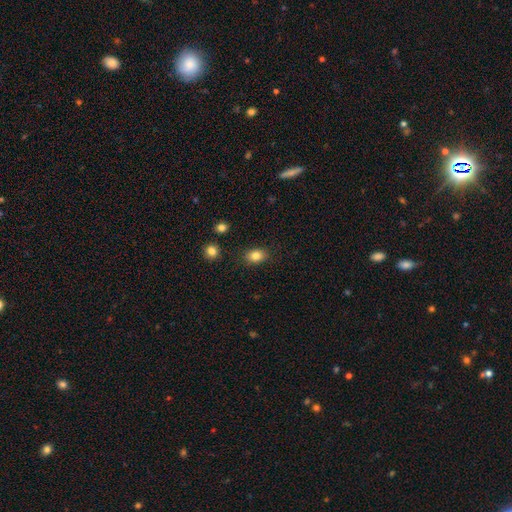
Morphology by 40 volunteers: Overall: smooth (80%). How rounded: in between (75%). Merging: none (97%).